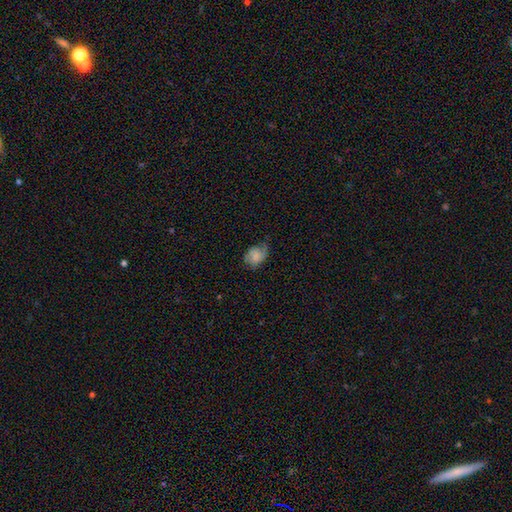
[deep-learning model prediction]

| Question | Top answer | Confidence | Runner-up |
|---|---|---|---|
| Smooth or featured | smooth | 48% | featured or disk (44%) |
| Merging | none | 55% | minor disturbance (30%) |